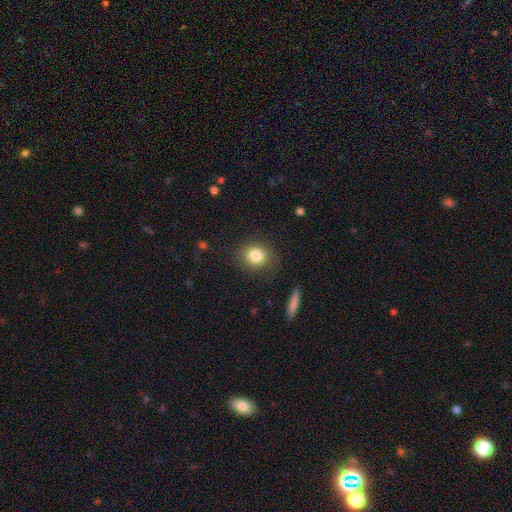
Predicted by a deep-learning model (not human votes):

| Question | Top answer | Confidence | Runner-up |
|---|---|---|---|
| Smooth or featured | smooth | 84% | star or artifact (10%) |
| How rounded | round | 74% | in between (25%) |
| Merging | none | 85% | minor disturbance (10%) |